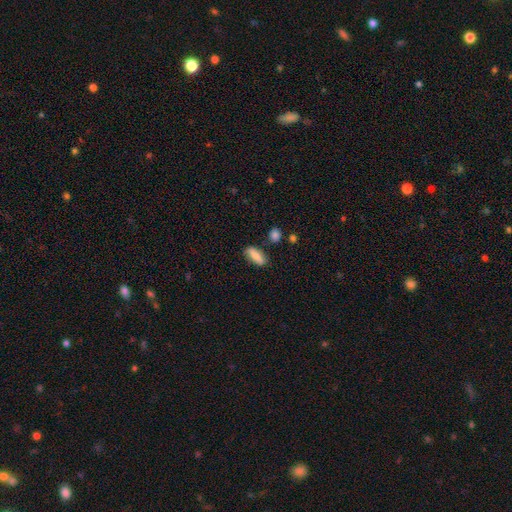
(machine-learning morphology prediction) Smooth or featured? smooth (77%)
How rounded? in between (68%)
Merging? none (80%)